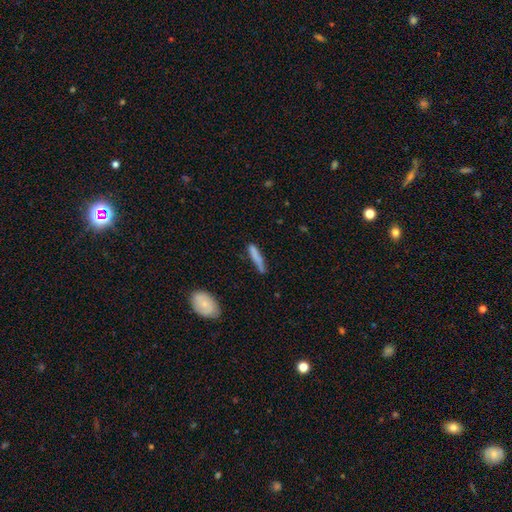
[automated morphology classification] smooth-or-featured: smooth: 76% | featured or disk: 17% | star or artifact: 7%
  how-rounded: cigar-shaped: 88% | in between: 10% | round: 2%
  merging: none: 66% | minor disturbance: 24% | major disturbance: 6% | merger: 4%